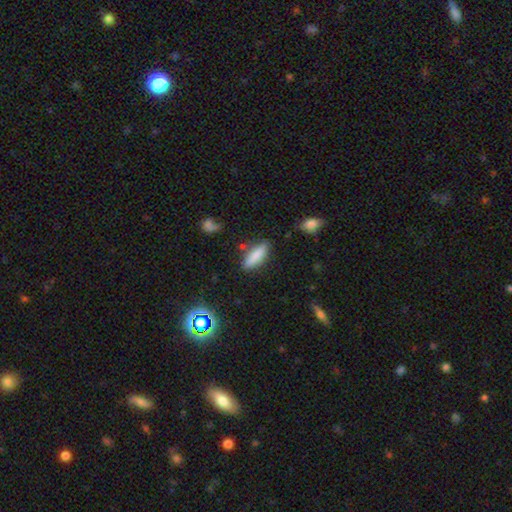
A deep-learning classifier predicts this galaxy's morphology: smooth_or_featured: smooth (p=0.76) [alt: featured or disk p=0.16]
how_rounded: cigar-shaped (p=0.59) [alt: in between p=0.39]
merging: none (p=0.80) [alt: minor disturbance p=0.13]